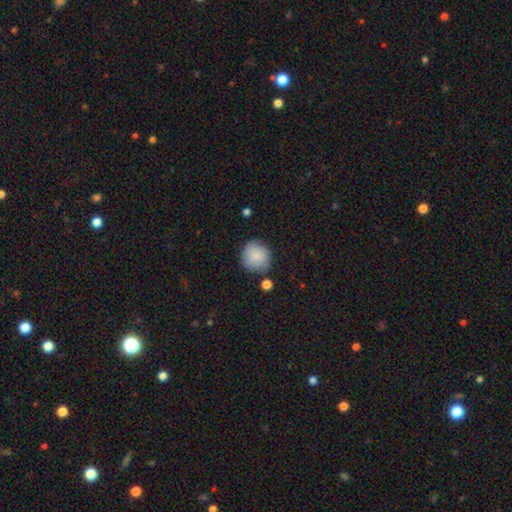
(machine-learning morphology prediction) Overall: smooth (87%). How rounded: round (91%). Merging: none (76%).